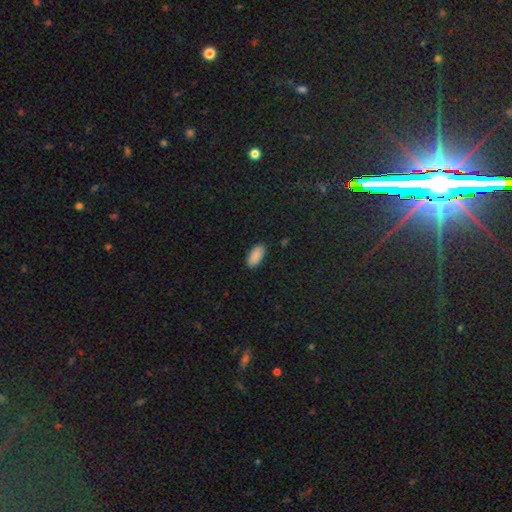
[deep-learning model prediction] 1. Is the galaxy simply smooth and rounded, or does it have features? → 90% smooth, 7% star or artifact, 3% featured or disk.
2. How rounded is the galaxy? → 92% in between, 6% cigar-shaped, 2% round.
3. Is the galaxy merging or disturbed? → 89% none, 8% minor disturbance, 2% major disturbance, 1% merger.